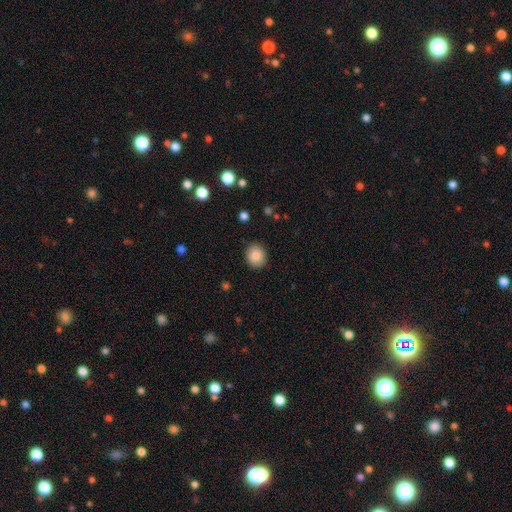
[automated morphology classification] A smooth galaxy with no disk features (86%) that is round (76%). Merging: none (89%).